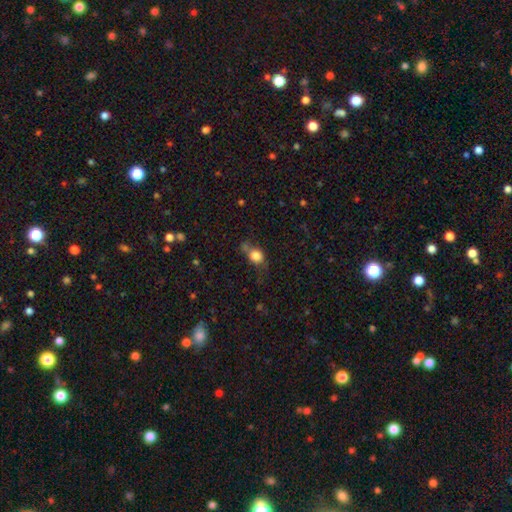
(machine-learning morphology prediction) Smooth or featured: smooth — 79% (star or artifact — 11%)
How rounded: round — 61% (in between — 38%)
Merging: none — 47% (minor disturbance — 26%)